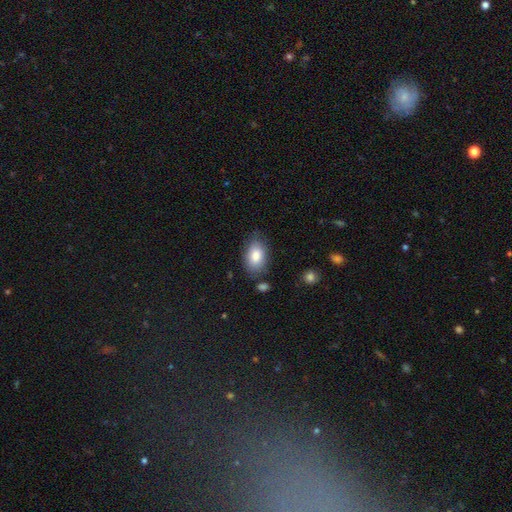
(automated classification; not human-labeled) smooth-or-featured: smooth: 83% | featured or disk: 10% | star or artifact: 7%
  how-rounded: in between: 91% | round: 8% | cigar-shaped: 1%
  merging: none: 73% | minor disturbance: 19% | major disturbance: 5% | merger: 4%